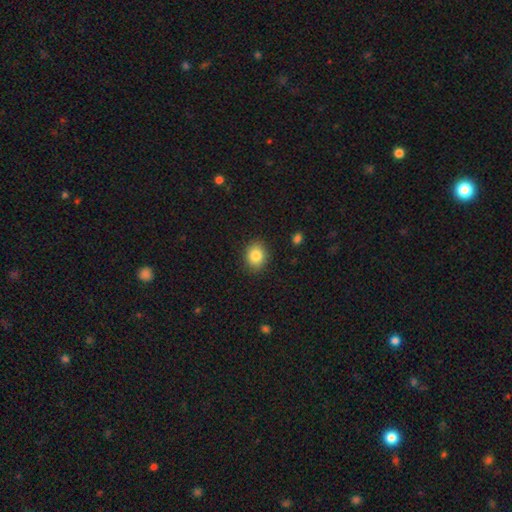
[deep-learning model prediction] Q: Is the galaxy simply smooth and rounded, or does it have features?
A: smooth — 85%.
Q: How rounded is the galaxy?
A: round — 59%.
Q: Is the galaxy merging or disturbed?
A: none — 88%.